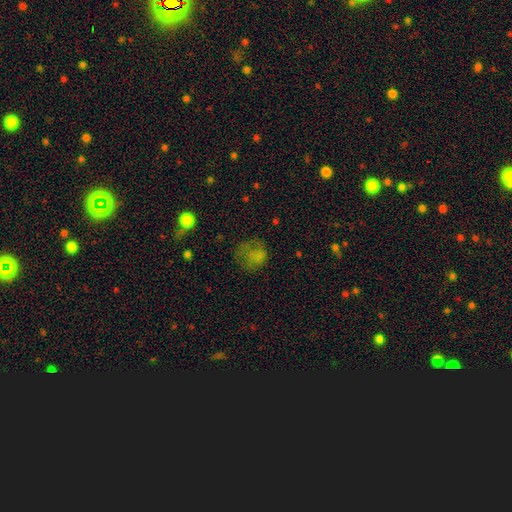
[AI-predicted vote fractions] This is likely a smooth galaxy (67%). How rounded: likely round (68%). Merging: possibly none (45%).